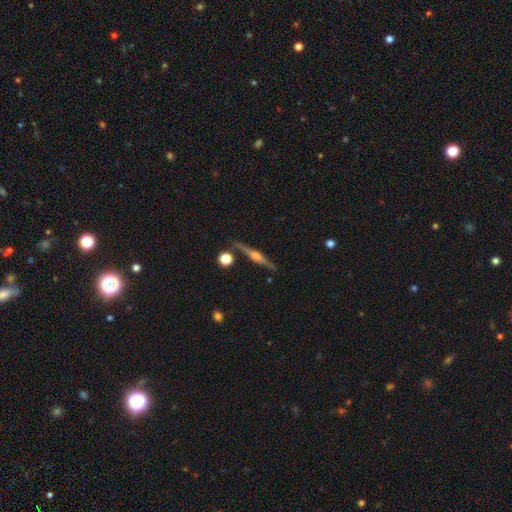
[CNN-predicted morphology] smooth-or-featured: featured or disk: 82% | smooth: 12% | star or artifact: 6%
  disk-edge-on: yes: 98% | no: 2%
    edge-on-bulge: rounded: 83% | boxy: 12% | none: 4%
  merging: none: 87% | minor disturbance: 8% | merger: 3% | major disturbance: 2%